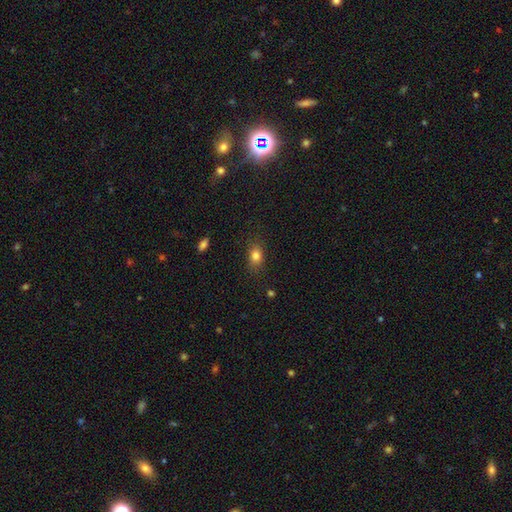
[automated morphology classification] smooth_or_featured: smooth (p=0.82) [alt: star or artifact p=0.11]
how_rounded: in between (p=0.66) [alt: round p=0.32]
merging: none (p=0.81) [alt: minor disturbance p=0.14]